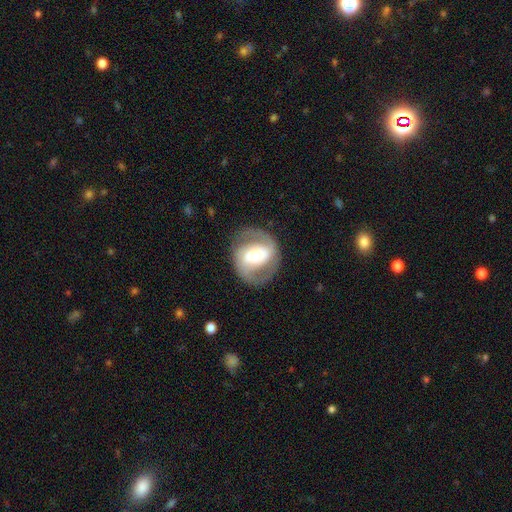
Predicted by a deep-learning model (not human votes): The model was most divided on "bar": strong: 42%, weak: 33%, no: 25%. Remaining: edge-on disk — no (97%); spiral arm count — 2 (89%); spiral arms — yes (86%); merging — none (81%); smooth or featured — featured or disk (79%); bulge size — moderate (56%); spiral winding — medium (50%).